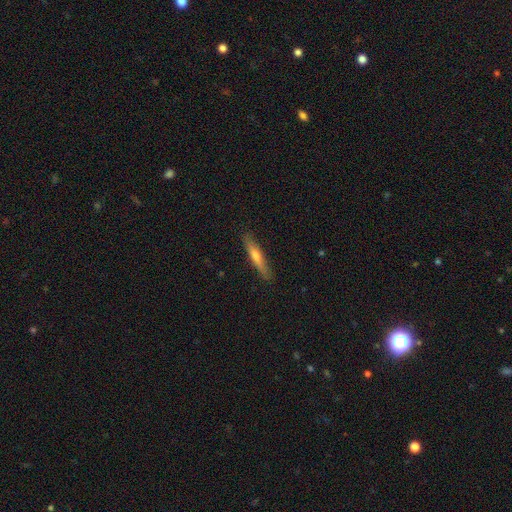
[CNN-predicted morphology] type=featured or disk (49%); merging=none (89%).